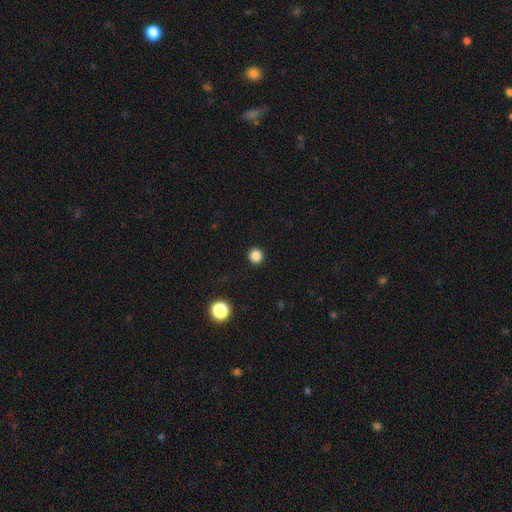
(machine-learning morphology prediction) The model was most divided on "smooth or featured": smooth: 86%, star or artifact: 12%, featured or disk: 3%. More confident: how rounded — round (95%); merging — none (93%).